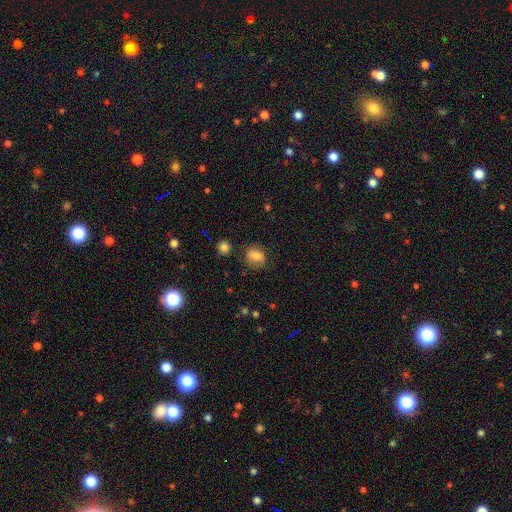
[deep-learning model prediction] smooth 82%, star or artifact 10%, featured or disk 8%. Down the decision tree: how rounded — in between (56%); merging — none (74%).